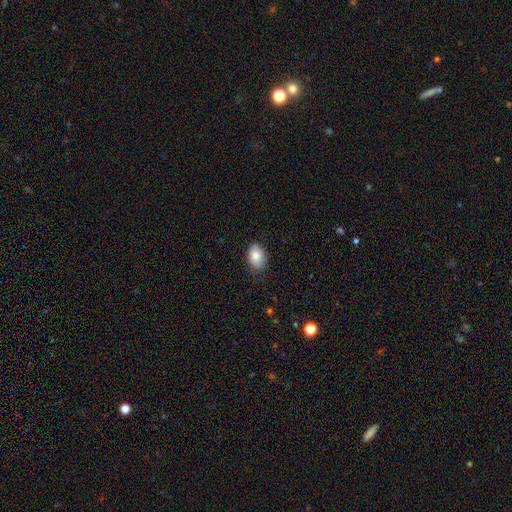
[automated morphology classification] A smooth galaxy with no disk features (83%) that is in between round and cigar-shaped (82%). Merging: none (80%).